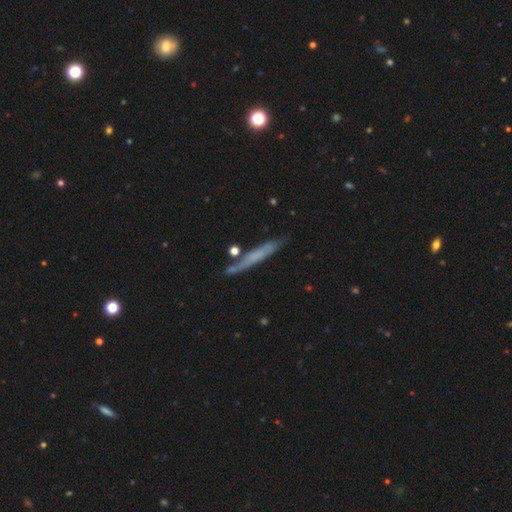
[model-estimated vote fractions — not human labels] Overall: smooth (51%; featured or disk 41%). How rounded: cigar-shaped (93%). Merging: none (70%).